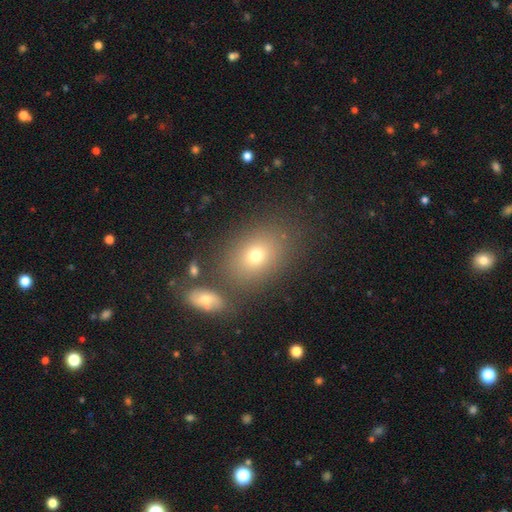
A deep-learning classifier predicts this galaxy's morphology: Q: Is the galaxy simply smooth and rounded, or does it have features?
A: smooth — 71%.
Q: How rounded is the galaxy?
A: in between — 65%.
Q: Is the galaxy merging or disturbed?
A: none — 76%.